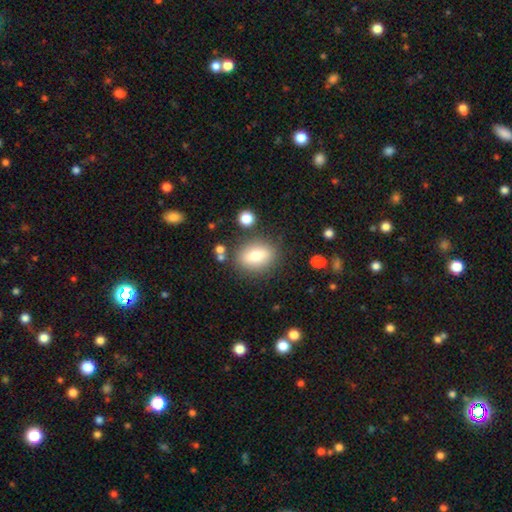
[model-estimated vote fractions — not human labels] A smooth galaxy with no disk features (78%) that is in between round and cigar-shaped (74%).

Vote fractions:
- Smooth or featured? smooth: 78% / featured or disk: 13% / star or artifact: 9%
- How rounded? in between: 74% / round: 22% / cigar-shaped: 4%
- Merging? none: 80% / minor disturbance: 12% / merger: 4% / major disturbance: 4%